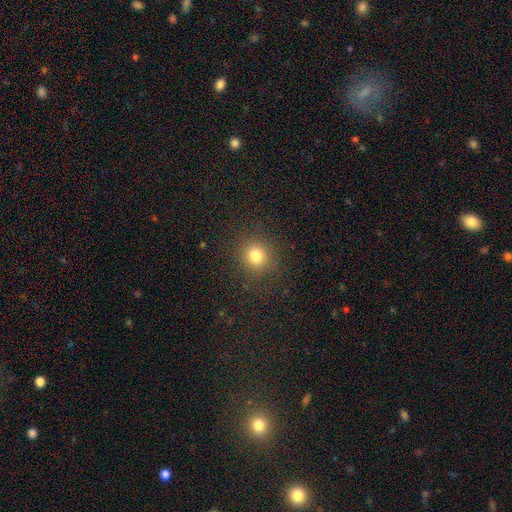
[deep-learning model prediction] Smooth or featured: smooth — 79% (star or artifact — 15%)
How rounded: round — 88% (in between — 11%)
Merging: none — 87% (minor disturbance — 8%)